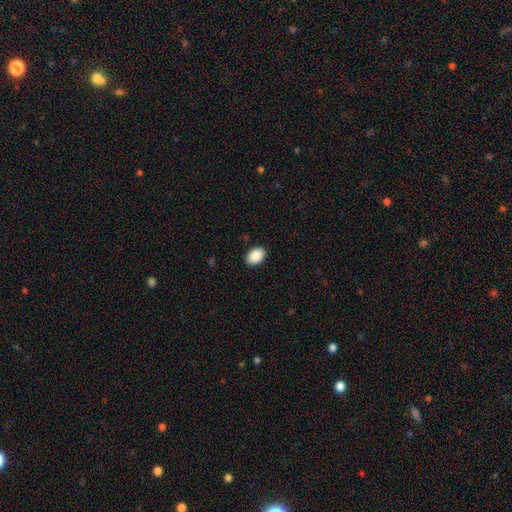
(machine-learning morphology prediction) Smooth or featured? smooth (89%)
How rounded? in between (86%)
Merging? none (90%)